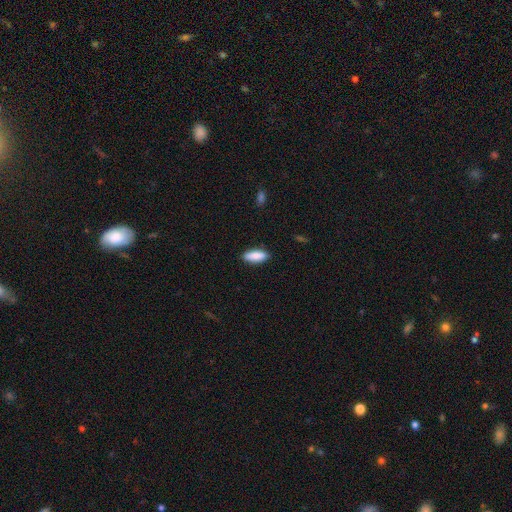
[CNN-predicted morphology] Overall: smooth (87%). How rounded: in between (73%). Merging: none (87%).